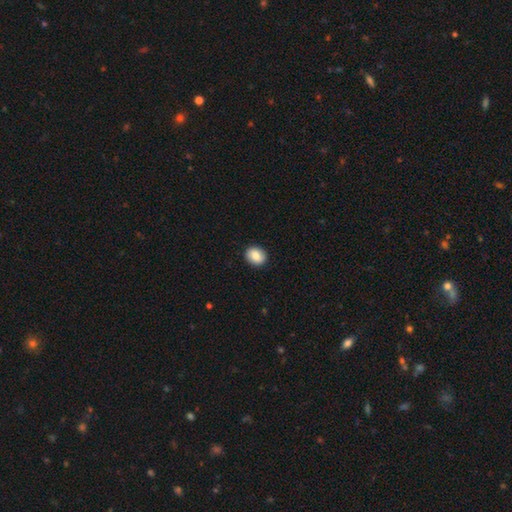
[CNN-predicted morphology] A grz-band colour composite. It shows a smooth galaxy with no disk features (82%) that is round (59%). Merging: none (90%).